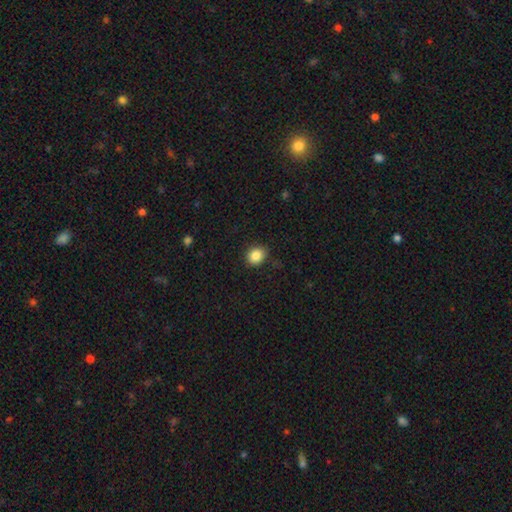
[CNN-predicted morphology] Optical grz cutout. It shows a smooth galaxy with no disk features (86%) that is round (63%). Merging: none (84%).